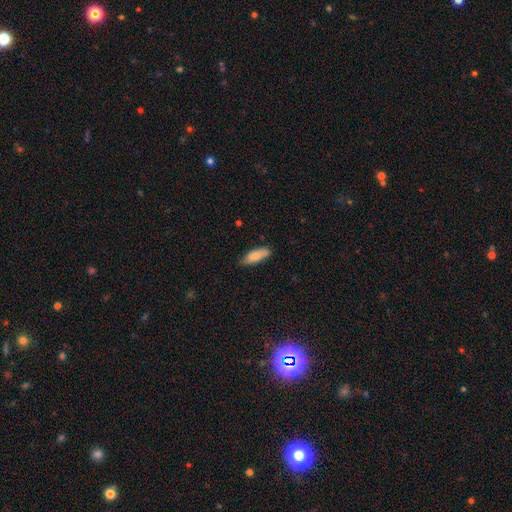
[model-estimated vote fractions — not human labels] A smooth galaxy with no disk features (83%) that is in between round and cigar-shaped (61%).

Vote fractions:
- Smooth or featured? smooth: 83% / featured or disk: 11% / star or artifact: 6%
- How rounded? in between: 61% / cigar-shaped: 37% / round: 2%
- Merging? none: 77% / minor disturbance: 19% / major disturbance: 3% / merger: 1%